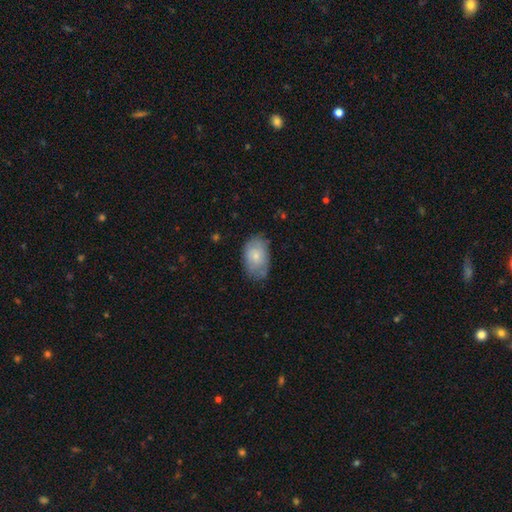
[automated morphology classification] This is likely a smooth galaxy (71%). How rounded: clearly in between (89%). Merging: likely none (66%).